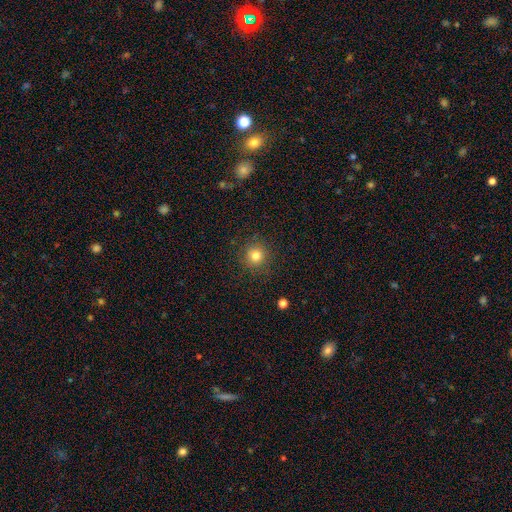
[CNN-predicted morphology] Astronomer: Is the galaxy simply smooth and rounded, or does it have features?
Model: smooth — 81%.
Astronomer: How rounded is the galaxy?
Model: round — 94%.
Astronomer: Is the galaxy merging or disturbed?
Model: none — 88%.